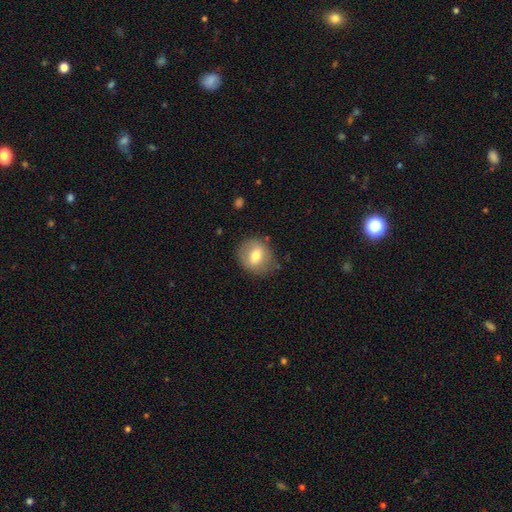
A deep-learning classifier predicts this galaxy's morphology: smooth_or_featured: smooth (p=0.67) [alt: featured or disk p=0.25]
how_rounded: round (p=0.69) [alt: in between p=0.30]
merging: none (p=0.77) [alt: minor disturbance p=0.16]